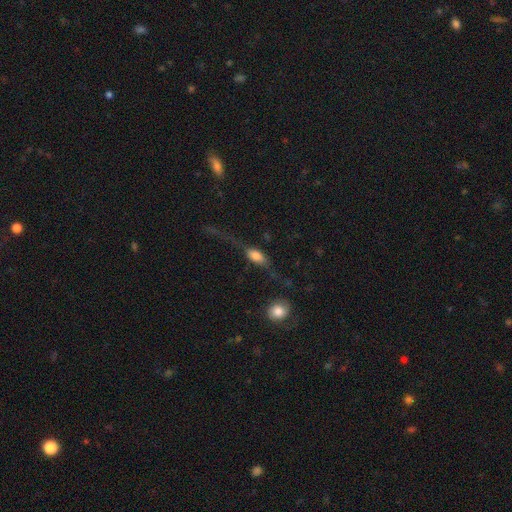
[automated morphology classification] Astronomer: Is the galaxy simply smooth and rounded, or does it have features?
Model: smooth — 54% (runner-up: featured or disk, 37%).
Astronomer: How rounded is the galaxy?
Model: in between — 71%.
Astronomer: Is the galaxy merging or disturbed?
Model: none — 42% (runner-up: major disturbance, 30%).